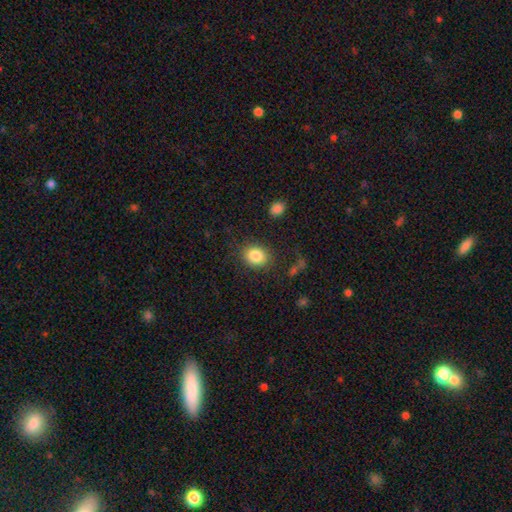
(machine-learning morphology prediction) A smooth galaxy with no disk features (85%) that is round (58%). Merging: none (84%).